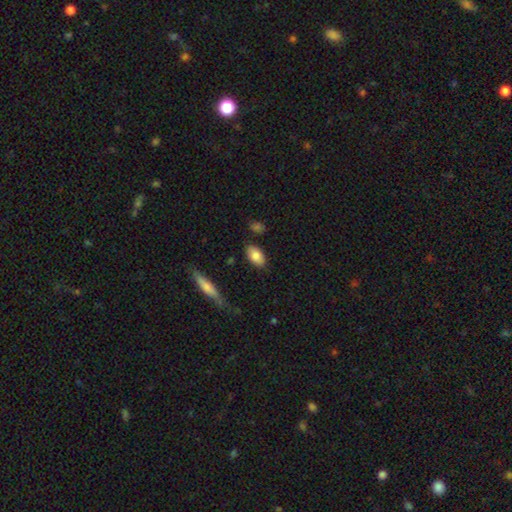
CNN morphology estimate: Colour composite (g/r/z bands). It shows a smooth galaxy with no disk features (84%) that is in between round and cigar-shaped (92%). Merging: none (84%).